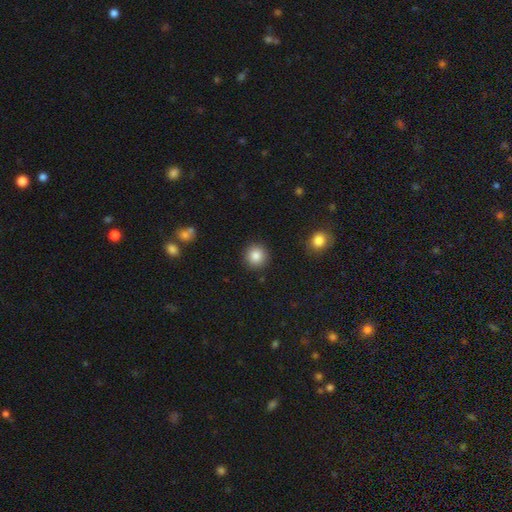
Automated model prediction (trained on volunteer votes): smooth-or-featured: smooth: 86% | star or artifact: 9% | featured or disk: 5%
  how-rounded: round: 93% | in between: 6% | cigar-shaped: 1%
  merging: none: 91% | minor disturbance: 6% | major disturbance: 2% | merger: 2%